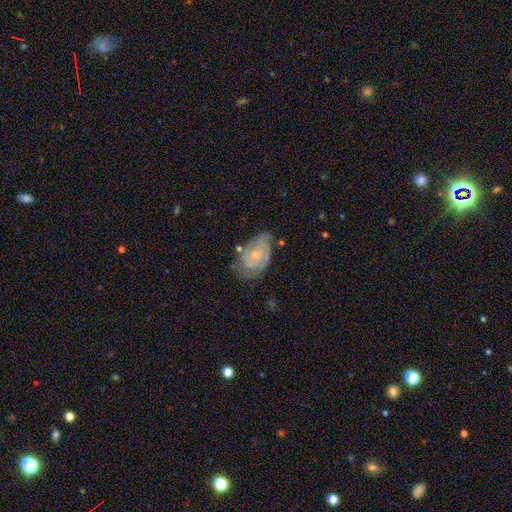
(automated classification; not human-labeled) Smooth or featured: featured or disk — 67% (smooth — 26%)
Edge-on disk: no — 96% (yes — 4%)
Bar: no — 76% (weak — 21%)
Spiral arms: yes — 81% (no — 19%)
Spiral winding: tight — 60% (medium — 30%)
Spiral arm count: can't tell — 44% (2 — 31%)
Bulge size: small — 61% (moderate — 32%)
Merging: none — 56% (minor disturbance — 29%)